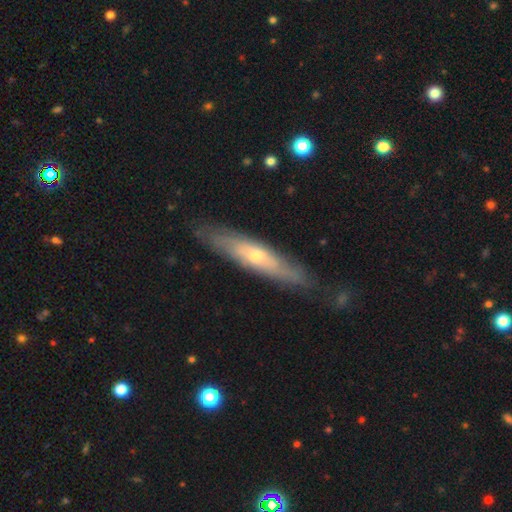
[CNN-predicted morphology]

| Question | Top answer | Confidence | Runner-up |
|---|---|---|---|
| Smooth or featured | featured or disk | 61% | smooth (34%) |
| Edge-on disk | yes | 58% | no (42%) |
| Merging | none | 79% | minor disturbance (16%) |